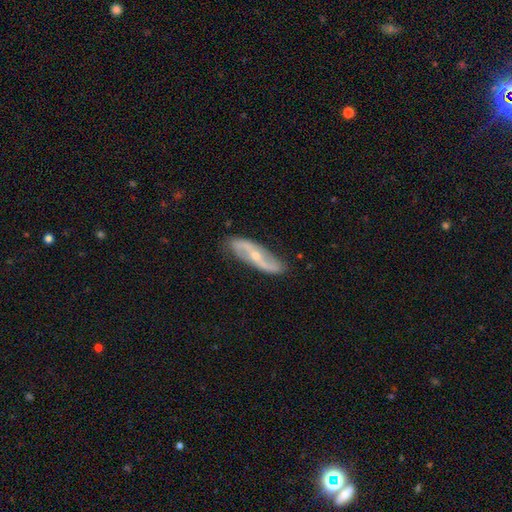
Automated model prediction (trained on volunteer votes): Smooth or featured: featured or disk — 83% (smooth — 12%)
Edge-on disk: no — 83% (yes — 17%)
Bar: no — 41% (weak — 30%)
Spiral arms: yes — 92% (no — 8%)
Spiral winding: loose — 67% (medium — 22%)
Spiral arm count: 2 — 92% (can't tell — 3%)
Bulge size: small — 68% (moderate — 29%)
Merging: none — 83% (minor disturbance — 13%)